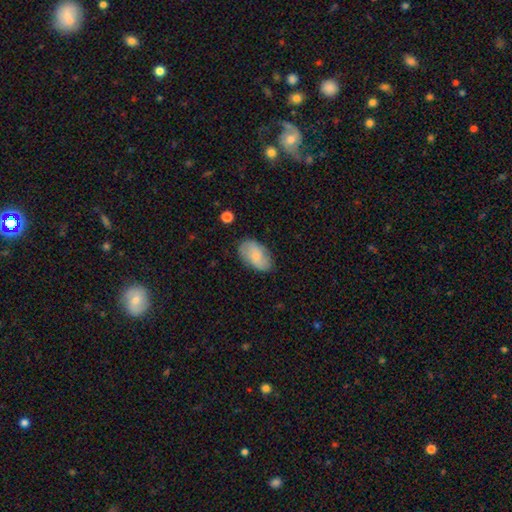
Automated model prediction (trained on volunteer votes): This is likely a smooth galaxy (67%). How rounded: clearly in between (93%). Merging: likely none (79%).